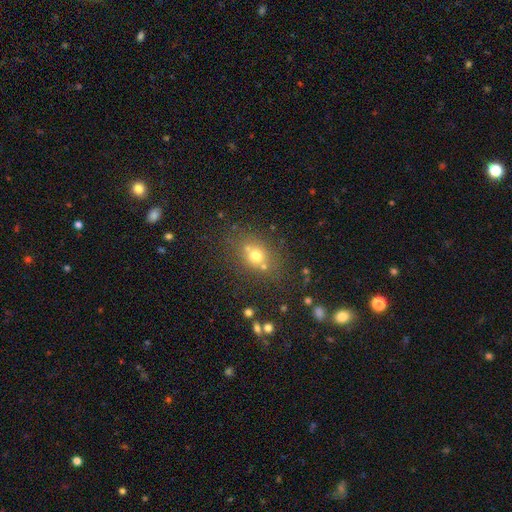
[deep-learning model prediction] Q: Smooth or featured?
A: smooth (66%); runner-up: star or artifact (19%)
Q: How rounded?
A: round (62%); runner-up: in between (36%)
Q: Merging?
A: none (68%); runner-up: merger (14%)